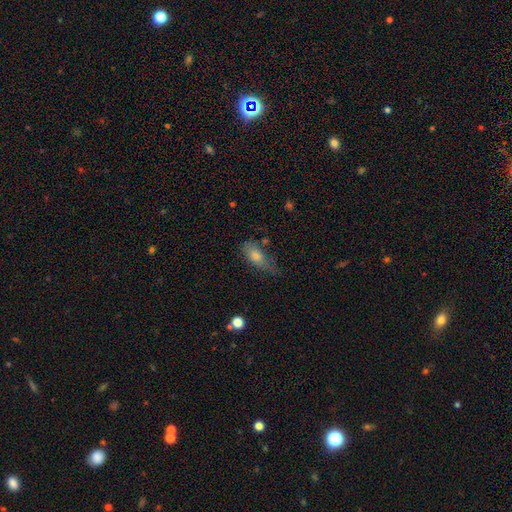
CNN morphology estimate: Smooth or featured?
  - smooth: 68% *
  - featured or disk: 21%
  - star or artifact: 11%
How rounded?
  - in between: 71% *
  - cigar-shaped: 24%
  - round: 5%
Merging?
  - none: 48% *
  - minor disturbance: 33%
  - major disturbance: 15%
  - merger: 4%